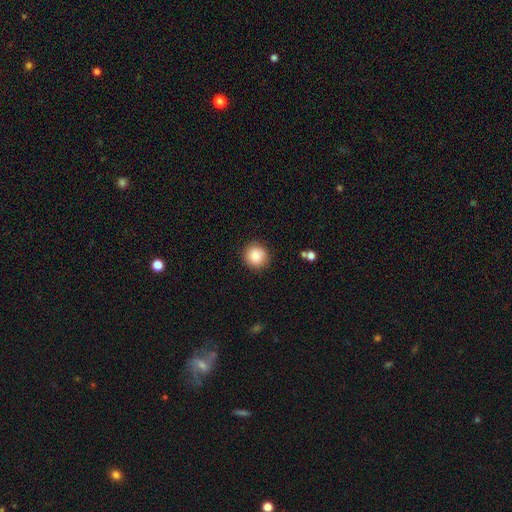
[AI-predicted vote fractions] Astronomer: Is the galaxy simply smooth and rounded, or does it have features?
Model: smooth — 87%.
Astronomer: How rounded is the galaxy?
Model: round — 93%.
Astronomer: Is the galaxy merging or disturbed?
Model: none — 90%.